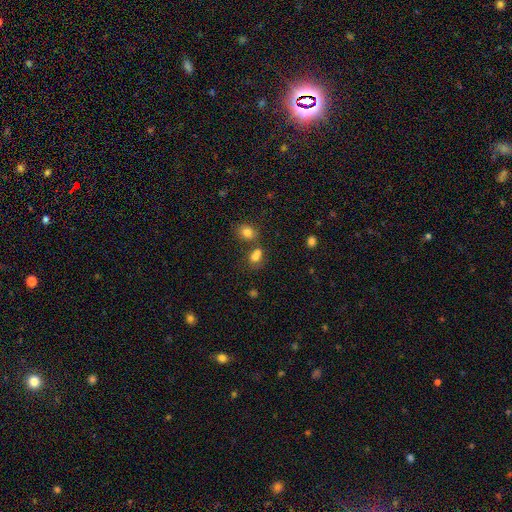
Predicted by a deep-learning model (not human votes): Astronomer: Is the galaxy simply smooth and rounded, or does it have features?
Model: smooth — 75%.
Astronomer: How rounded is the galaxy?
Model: in between — 58% (runner-up: round, 40%).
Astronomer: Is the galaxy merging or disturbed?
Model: none — 41%, tied with merger at 41%.